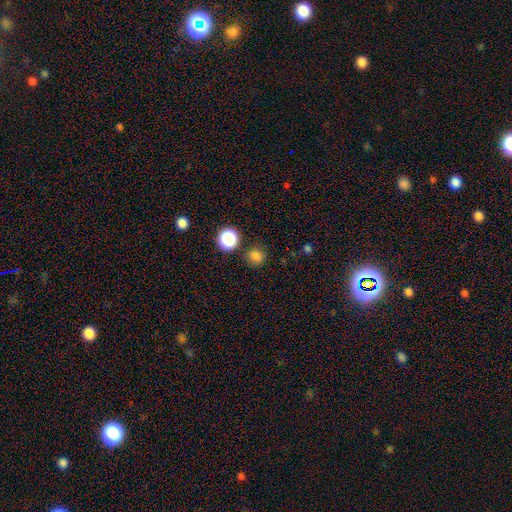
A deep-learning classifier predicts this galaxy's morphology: Smooth or featured? smooth (77%)
How rounded? round (83%)
Merging? none (81%)